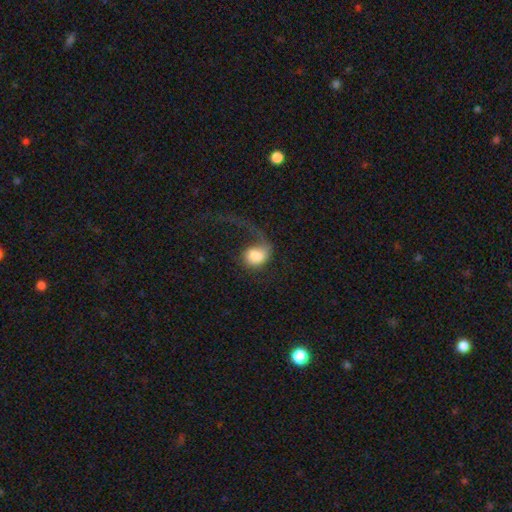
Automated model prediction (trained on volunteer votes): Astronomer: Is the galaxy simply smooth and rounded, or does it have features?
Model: smooth — 57% (runner-up: featured or disk, 34%).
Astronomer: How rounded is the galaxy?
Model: in between — 50% (runner-up: round, 49%).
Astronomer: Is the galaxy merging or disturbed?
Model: major disturbance — 64%.